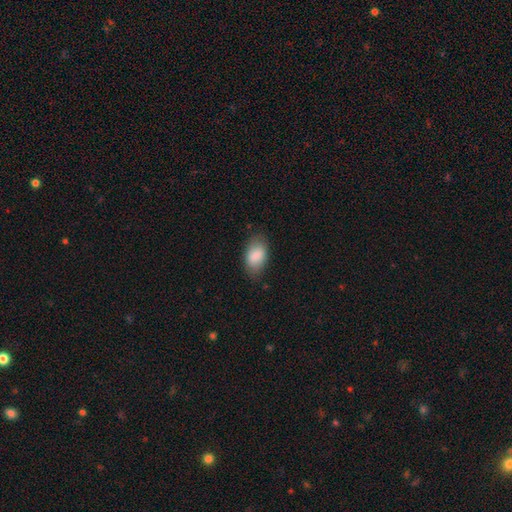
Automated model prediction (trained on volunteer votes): Q: Smooth or featured?
A: smooth (87%); runner-up: featured or disk (7%)
Q: How rounded?
A: in between (93%); runner-up: round (5%)
Q: Merging?
A: none (76%); runner-up: minor disturbance (18%)